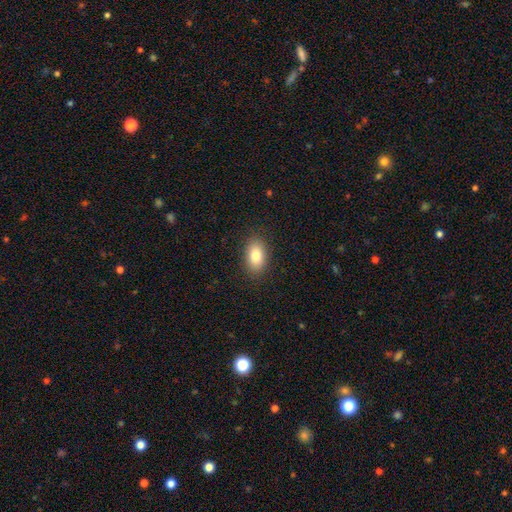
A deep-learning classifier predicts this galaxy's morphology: A smooth galaxy with no disk features (83%) that is in between round and cigar-shaped (90%).

Vote fractions:
- Smooth or featured? smooth: 83% / featured or disk: 9% / star or artifact: 8%
- How rounded? in between: 90% / round: 8% / cigar-shaped: 2%
- Merging? none: 88% / minor disturbance: 9% / major disturbance: 2% / merger: 1%